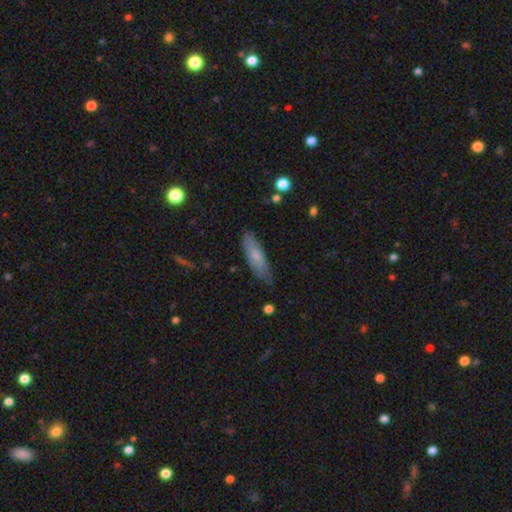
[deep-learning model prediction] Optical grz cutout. It shows a smooth galaxy with no disk features (68%) that is cigar-shaped (55%). Merging: none (76%).